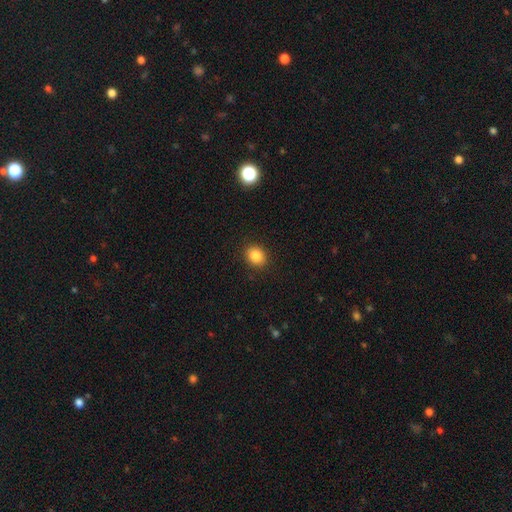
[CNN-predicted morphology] type=smooth (86%); roundness=round (63%); merging=none (90%).